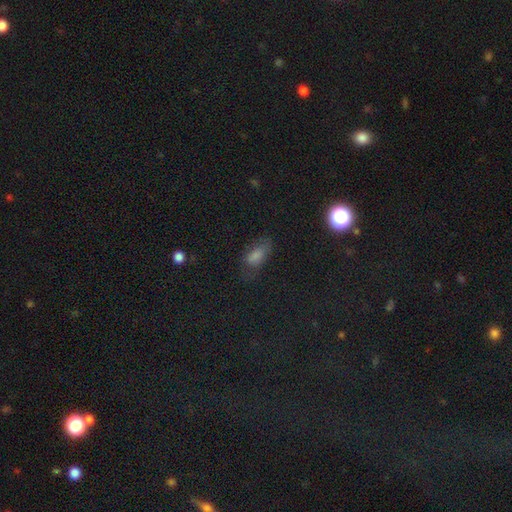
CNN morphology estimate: Overall: smooth (59%; star or artifact 25%). How rounded: in between (81%). Merging: none (61%; minor disturbance 24%).